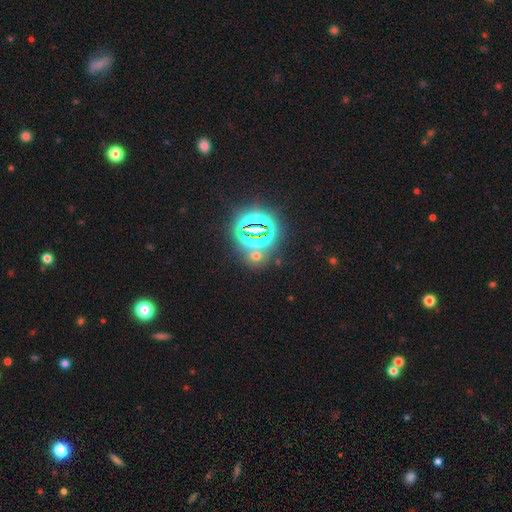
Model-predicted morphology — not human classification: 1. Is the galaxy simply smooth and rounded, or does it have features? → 61% star or artifact, 31% smooth, 8% featured or disk.